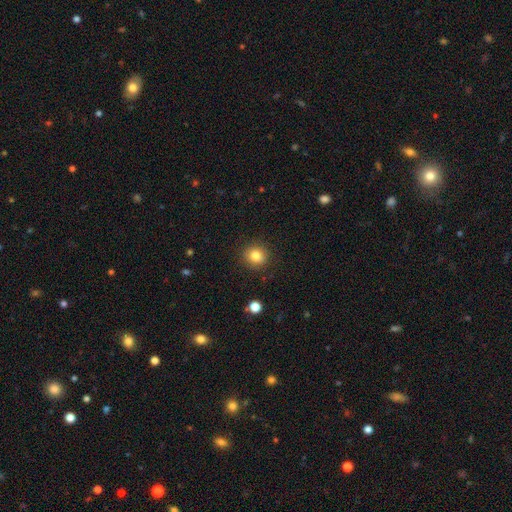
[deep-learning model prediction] This is clearly a smooth galaxy (82%). How rounded: clearly round (87%). Merging: clearly none (90%).